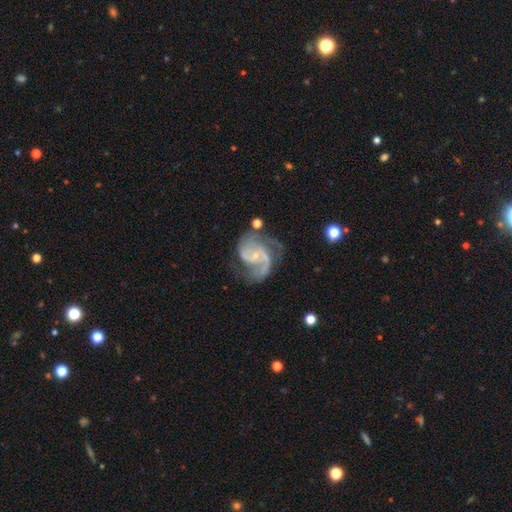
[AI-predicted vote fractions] Morphology: type=featured or disk (89%); edge-on=no (98%); bar=no (53%); spiral arms=yes (97%); winding=medium (56%); arm count=2 (60%); bulge=small (78%); merging=none (55%).